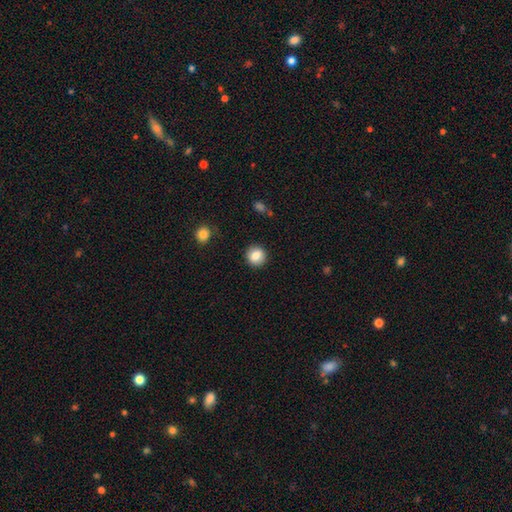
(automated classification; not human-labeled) Smooth or featured? Predicted: smooth (p=0.83). How rounded? Predicted: round (p=0.90). Merging? Predicted: none (p=0.90).